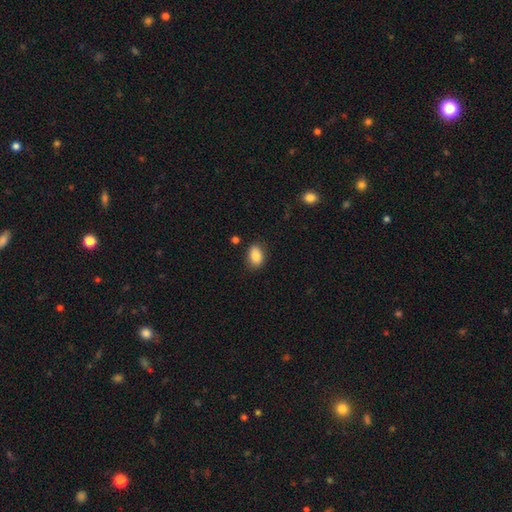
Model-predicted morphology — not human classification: Smooth or featured? smooth (86%)
How rounded? in between (86%)
Merging? none (83%)